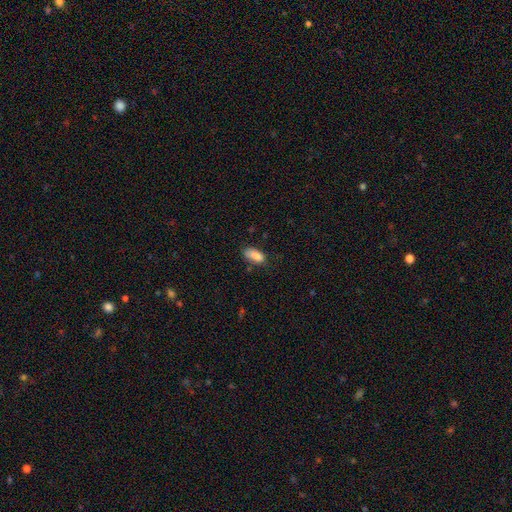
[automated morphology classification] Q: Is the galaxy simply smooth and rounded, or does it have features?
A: smooth — 86%.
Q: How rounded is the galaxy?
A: in between — 90%.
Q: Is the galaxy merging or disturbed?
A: none — 63%.